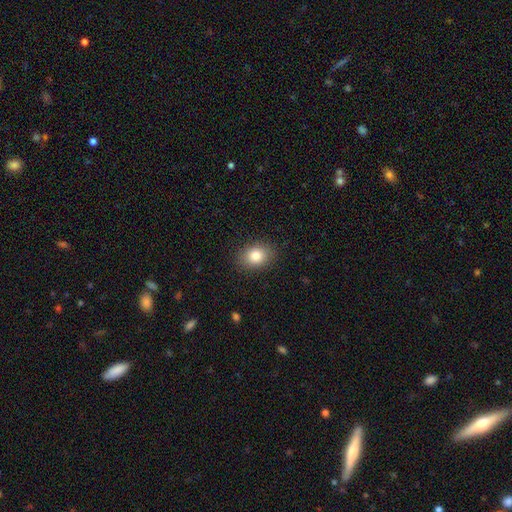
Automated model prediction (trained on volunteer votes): Morphology: type=smooth (83%); roundness=in between (64%); merging=none (88%).